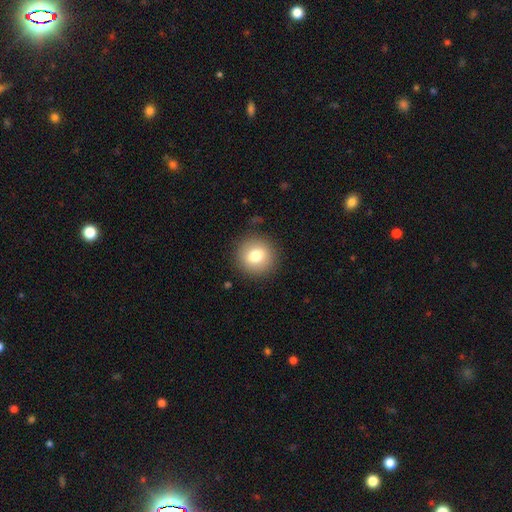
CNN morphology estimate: Overall: smooth (77%). How rounded: round (92%). Merging: none (90%).